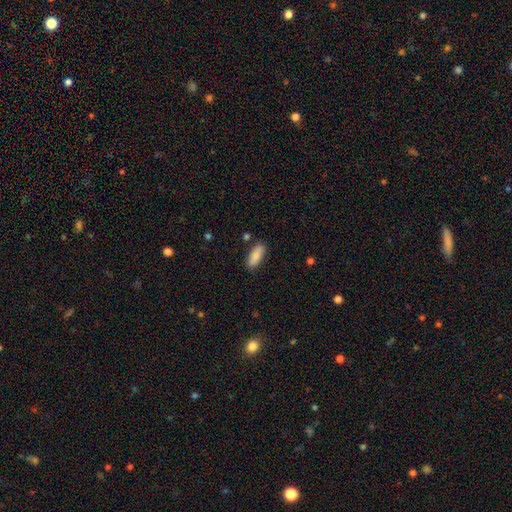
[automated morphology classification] Smooth or featured?
  - smooth: 86% *
  - featured or disk: 8%
  - star or artifact: 6%
How rounded?
  - in between: 75% *
  - cigar-shaped: 23%
  - round: 2%
Merging?
  - none: 84% *
  - minor disturbance: 11%
  - merger: 3%
  - major disturbance: 2%